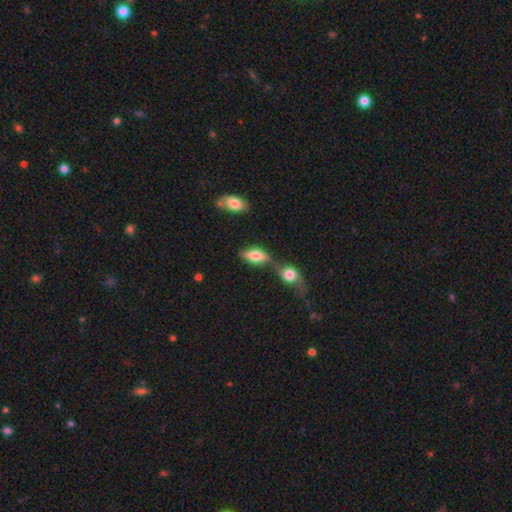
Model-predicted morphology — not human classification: smooth 64%, featured or disk 27%, star or artifact 8%. Down the decision tree: how rounded — in between (85%); merging — merger (39%, tied with none).